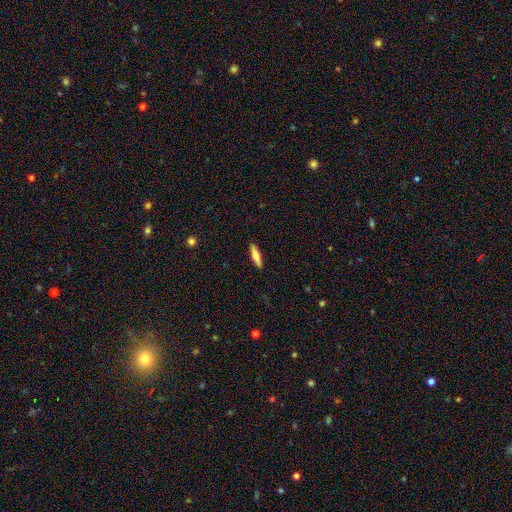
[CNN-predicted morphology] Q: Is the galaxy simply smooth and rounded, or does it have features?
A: smooth — 64%.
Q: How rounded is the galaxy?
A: cigar-shaped — 71%.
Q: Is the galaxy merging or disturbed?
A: none — 90%.